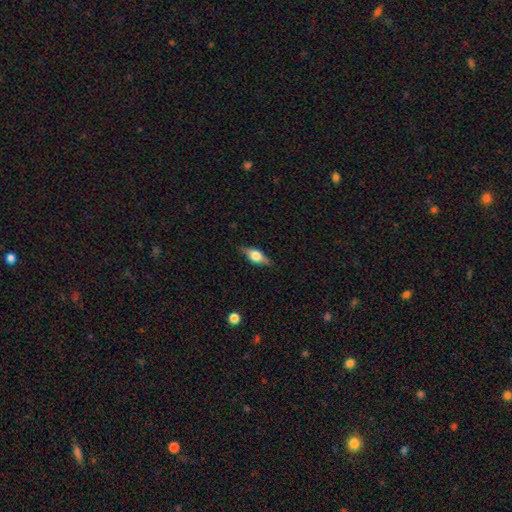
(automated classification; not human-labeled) Morphology: type=featured or disk (54%); edge-on=yes (94%); edge-on bulge=rounded (93%); merging=none (85%).